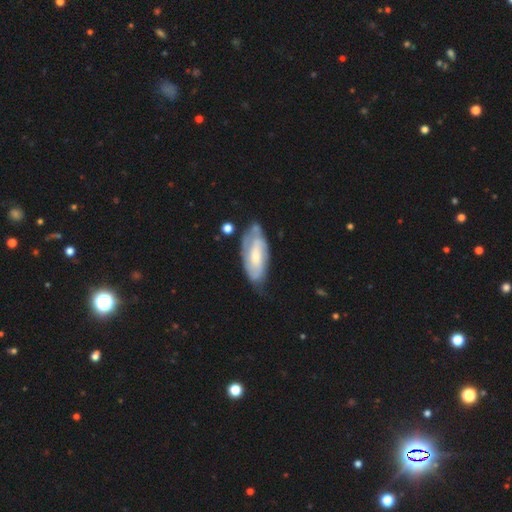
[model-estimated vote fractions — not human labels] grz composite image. It shows a featured or disk galaxy (66%) with no bar (53%), 2 (46%) tight (51%) spiral arms (85%) and a small central bulge (48%). Merging: none (59%).